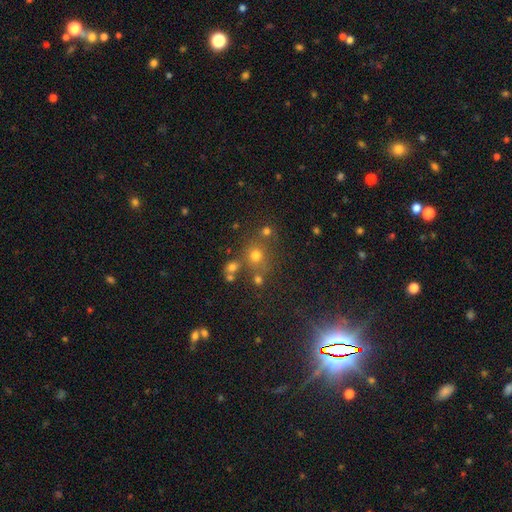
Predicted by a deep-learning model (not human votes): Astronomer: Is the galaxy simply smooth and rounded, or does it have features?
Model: smooth — 64%.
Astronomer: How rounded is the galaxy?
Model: round — 87%.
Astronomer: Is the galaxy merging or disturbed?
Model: none — 68%.